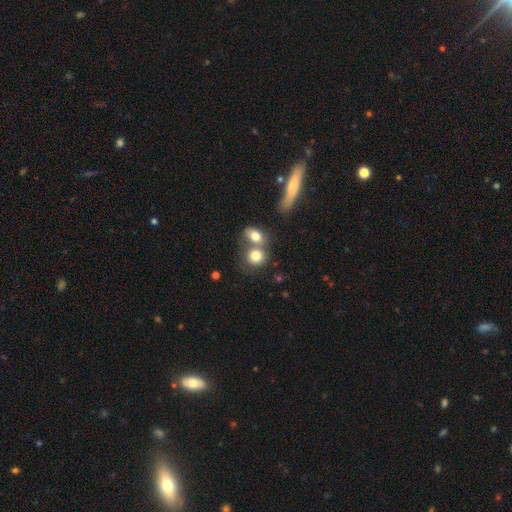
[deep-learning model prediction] A smooth galaxy with no disk features (78%) that is round (66%).

Vote fractions:
- Smooth or featured? smooth: 78% / featured or disk: 13% / star or artifact: 9%
- How rounded? round: 66% / in between: 32% / cigar-shaped: 2%
- Merging? merger: 52% / none: 35% / minor disturbance: 8% / major disturbance: 5%